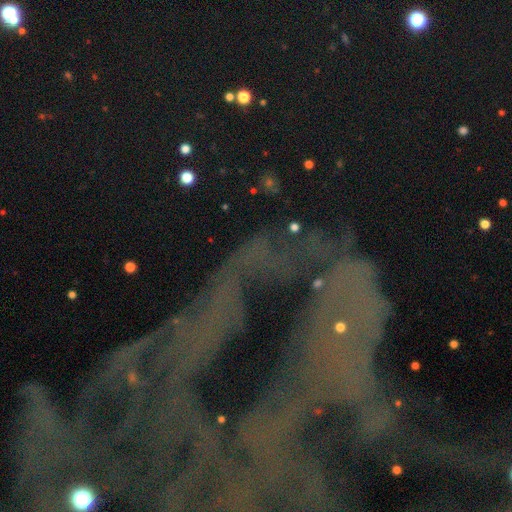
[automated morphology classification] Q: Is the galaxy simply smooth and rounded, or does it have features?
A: star or artifact — 67%.